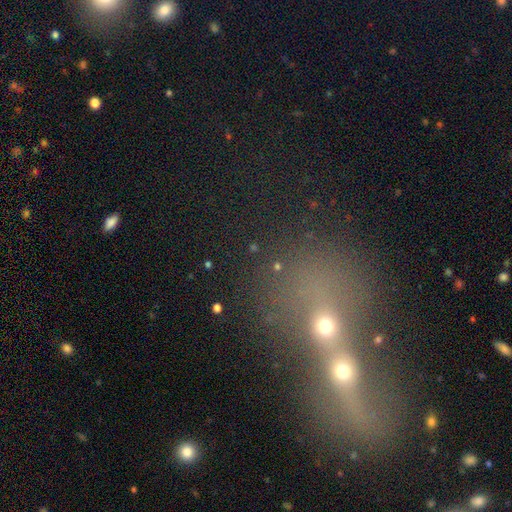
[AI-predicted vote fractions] smooth-or-featured: smooth: 39% | star or artifact: 33% | featured or disk: 28%
  merging: merger: 79% | none: 12% | major disturbance: 5% | minor disturbance: 4%